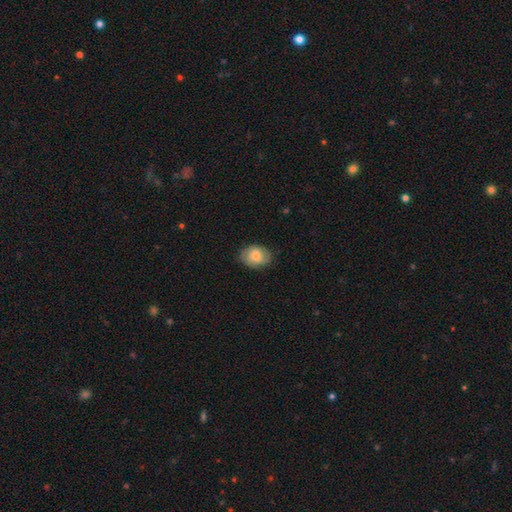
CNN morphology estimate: A smooth galaxy with no disk features (68%) that is in between round and cigar-shaped (67%). Merging: none (78%).